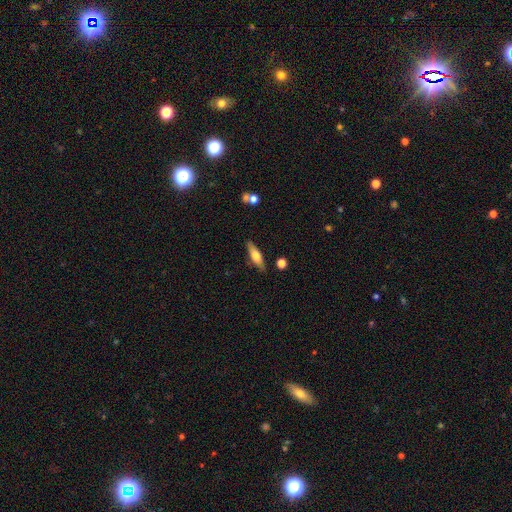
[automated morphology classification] Overall: smooth (54%; featured or disk 40%). How rounded: cigar-shaped (58%; in between 40%). Merging: none (84%).